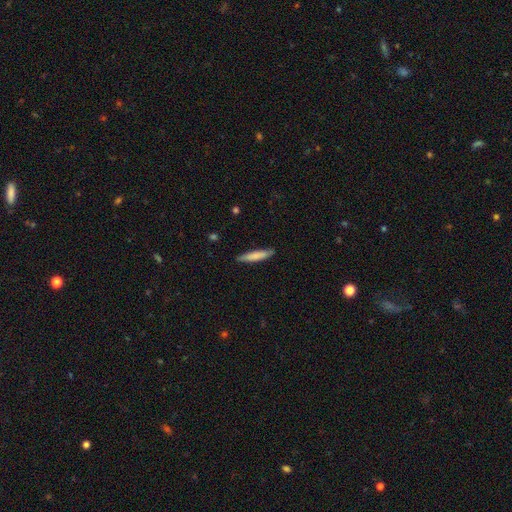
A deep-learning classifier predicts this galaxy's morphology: Smooth or featured?
  - smooth: 78% *
  - featured or disk: 17%
  - star or artifact: 5%
How rounded?
  - cigar-shaped: 88% *
  - in between: 10%
  - round: 1%
Merging?
  - none: 86% *
  - minor disturbance: 11%
  - major disturbance: 2%
  - merger: 1%